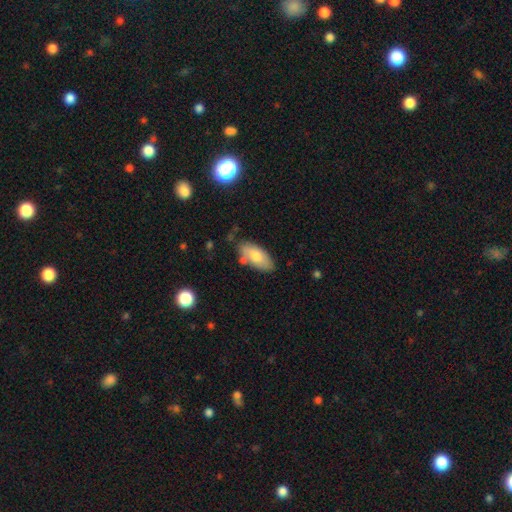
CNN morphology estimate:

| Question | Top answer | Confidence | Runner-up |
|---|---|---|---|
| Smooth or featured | smooth | 74% | featured or disk (20%) |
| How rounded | in between | 91% | cigar-shaped (6%) |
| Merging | none | 71% | minor disturbance (18%) |